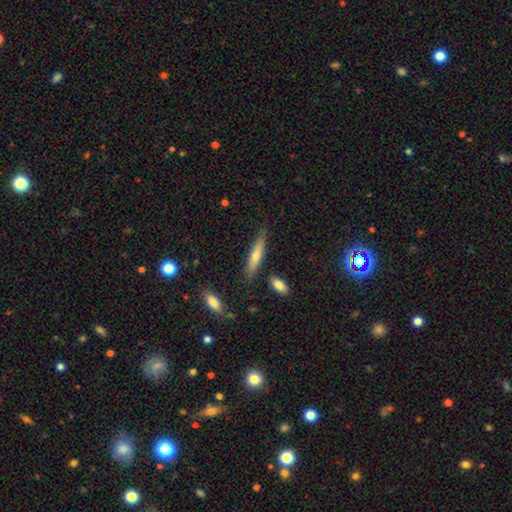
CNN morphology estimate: smooth_or_featured: smooth (p=0.46) [alt: featured or disk p=0.43]
merging: none (p=0.83) [alt: minor disturbance p=0.11]